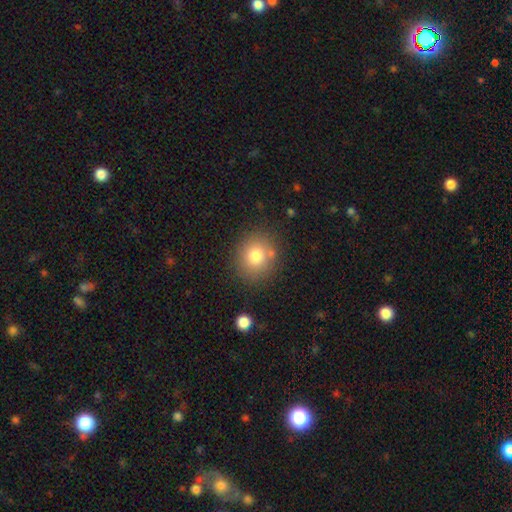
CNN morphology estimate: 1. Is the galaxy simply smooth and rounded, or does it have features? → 79% smooth, 11% star or artifact, 10% featured or disk.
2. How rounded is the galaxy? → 77% round, 22% in between, 1% cigar-shaped.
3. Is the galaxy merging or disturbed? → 79% none, 11% minor disturbance, 6% merger, 4% major disturbance.